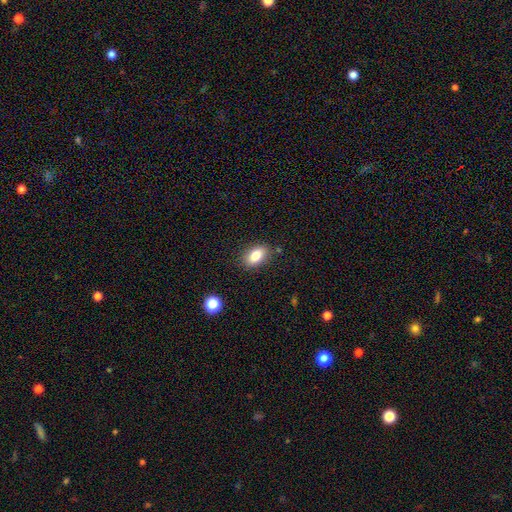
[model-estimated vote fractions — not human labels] A smooth galaxy with no disk features (81%) that is in between round and cigar-shaped (86%).

Vote fractions:
- Smooth or featured? smooth: 81% / featured or disk: 10% / star or artifact: 9%
- How rounded? in between: 86% / round: 11% / cigar-shaped: 3%
- Merging? none: 84% / minor disturbance: 11% / major disturbance: 3% / merger: 2%